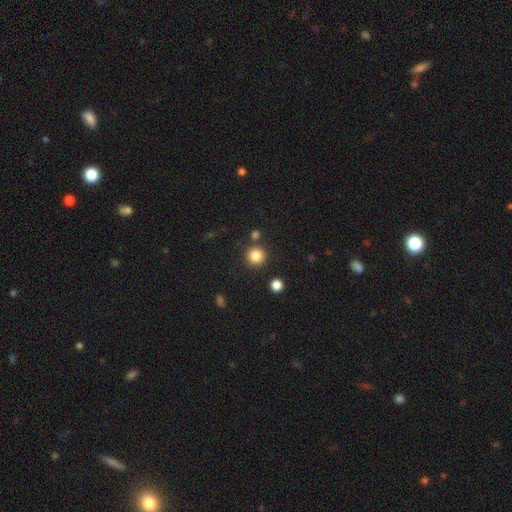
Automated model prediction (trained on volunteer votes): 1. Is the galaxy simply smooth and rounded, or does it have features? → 84% smooth, 12% star or artifact, 4% featured or disk.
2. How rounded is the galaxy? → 94% round, 5% in between, 1% cigar-shaped.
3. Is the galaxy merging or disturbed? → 85% none, 7% minor disturbance, 6% merger, 3% major disturbance.